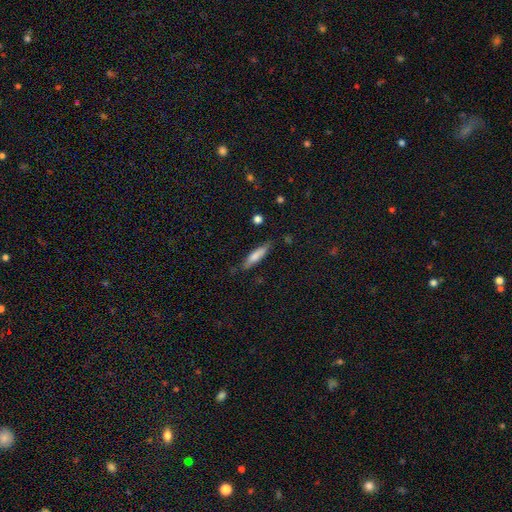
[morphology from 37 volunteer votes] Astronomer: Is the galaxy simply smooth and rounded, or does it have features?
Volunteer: smooth — 62%.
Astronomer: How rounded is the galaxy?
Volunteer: cigar-shaped — 78%.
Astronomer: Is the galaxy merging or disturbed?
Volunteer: none — 89%.